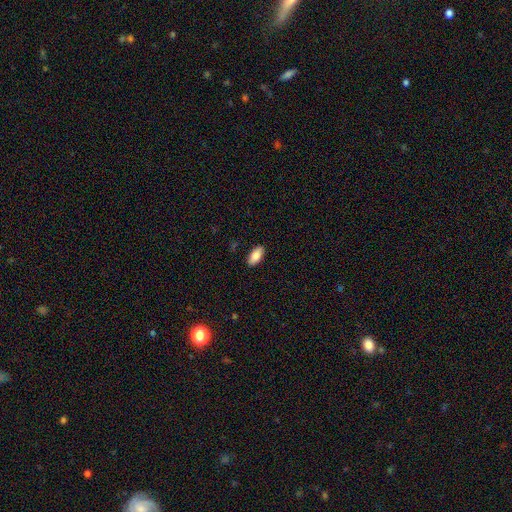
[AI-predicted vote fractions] The model was most divided on "smooth or featured": smooth: 85%, featured or disk: 9%, star or artifact: 6%. More confident: how rounded — in between (91%); merging — none (89%).